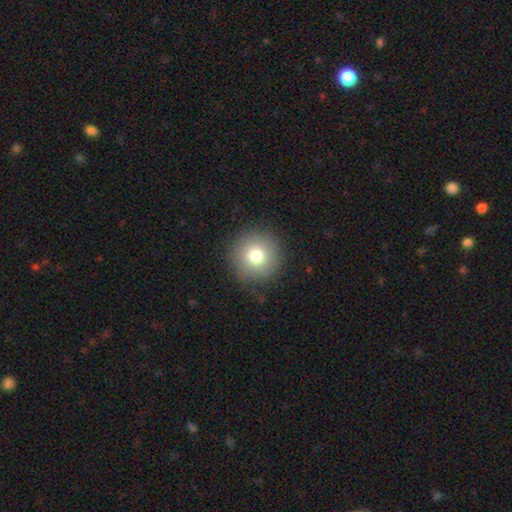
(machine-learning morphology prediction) smooth-or-featured: smooth: 78% | star or artifact: 11% | featured or disk: 11%
  how-rounded: round: 96% | in between: 3% | cigar-shaped: 1%
  merging: none: 89% | minor disturbance: 7% | major disturbance: 3% | merger: 1%